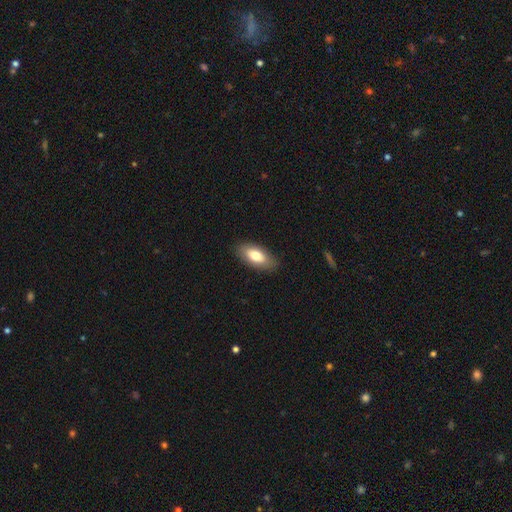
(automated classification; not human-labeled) The model was most divided on "smooth or featured": smooth: 76%, featured or disk: 18%, star or artifact: 6%. More confident: how rounded — in between (88%); merging — none (87%).